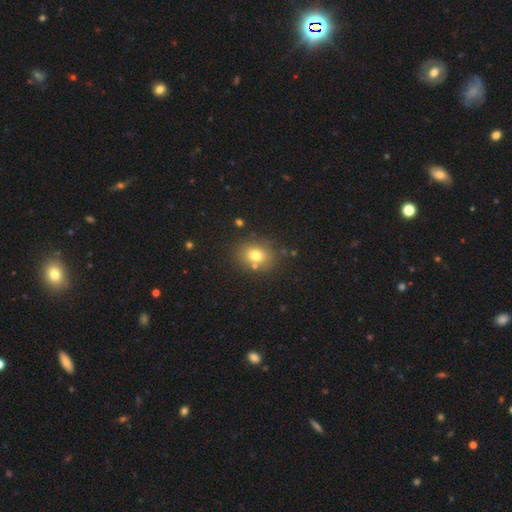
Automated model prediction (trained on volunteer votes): Morphology: type=smooth (76%); roundness=round (54%); merging=none (77%).